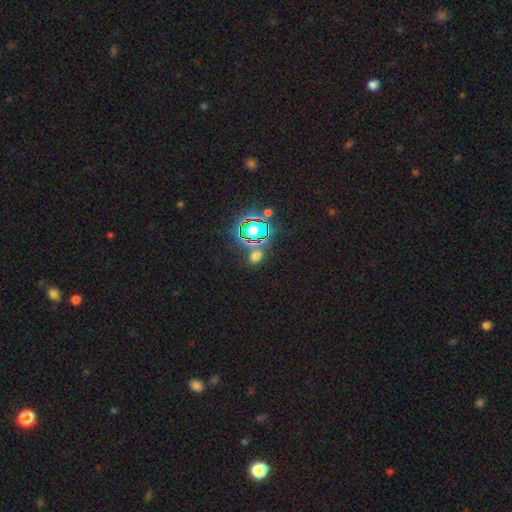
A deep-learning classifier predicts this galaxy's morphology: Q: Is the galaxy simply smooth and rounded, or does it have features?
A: star or artifact — 46%.